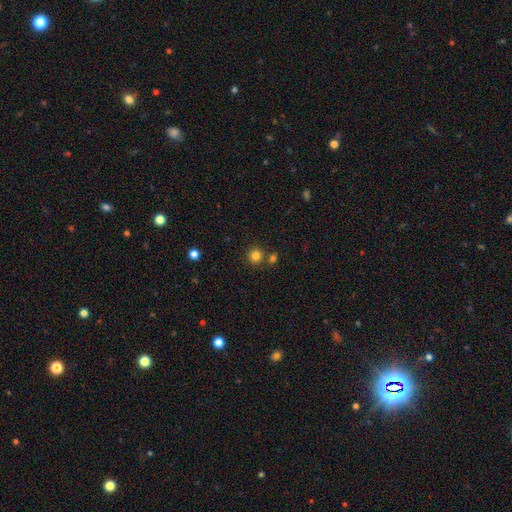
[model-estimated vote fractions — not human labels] This appears to be a smooth galaxy with no disk features (81%) that is round (93%). Merging: none (77%).